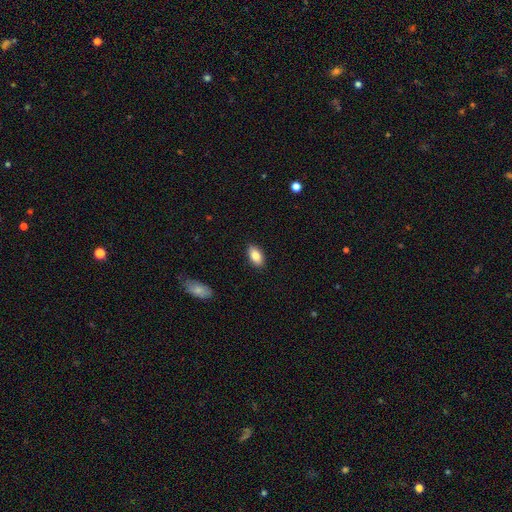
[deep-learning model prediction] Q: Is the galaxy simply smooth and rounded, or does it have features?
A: smooth — 83%.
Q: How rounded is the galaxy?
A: in between — 92%.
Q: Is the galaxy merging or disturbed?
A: none — 89%.